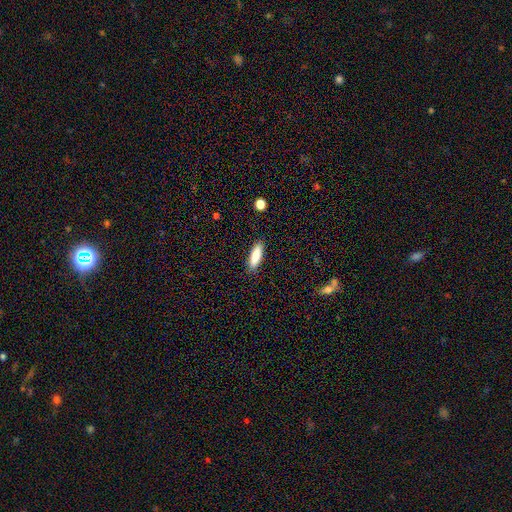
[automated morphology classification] Q: Smooth or featured?
A: smooth (81%); runner-up: featured or disk (12%)
Q: How rounded?
A: cigar-shaped (54%); runner-up: in between (44%)
Q: Merging?
A: none (88%); runner-up: minor disturbance (9%)